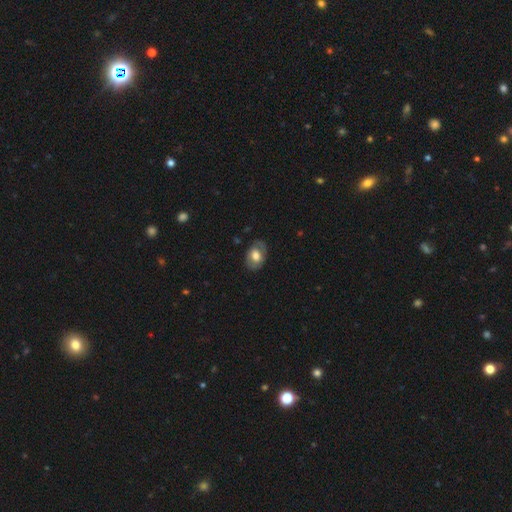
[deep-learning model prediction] Morphology: type=smooth (59%); roundness=in between (81%); merging=none (77%).